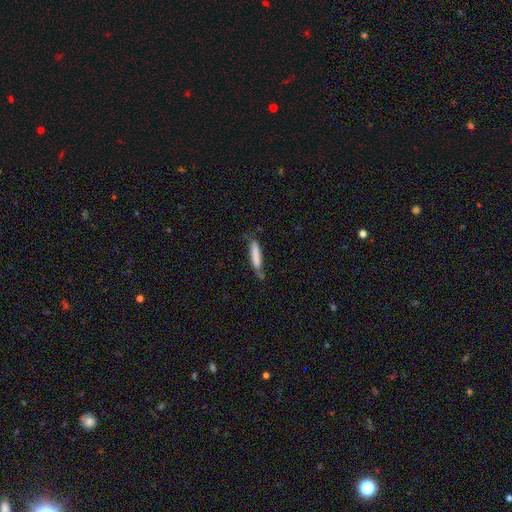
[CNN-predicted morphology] Smooth or featured: smooth — 77% (featured or disk — 17%)
How rounded: cigar-shaped — 87% (in between — 12%)
Merging: none — 57% (minor disturbance — 30%)